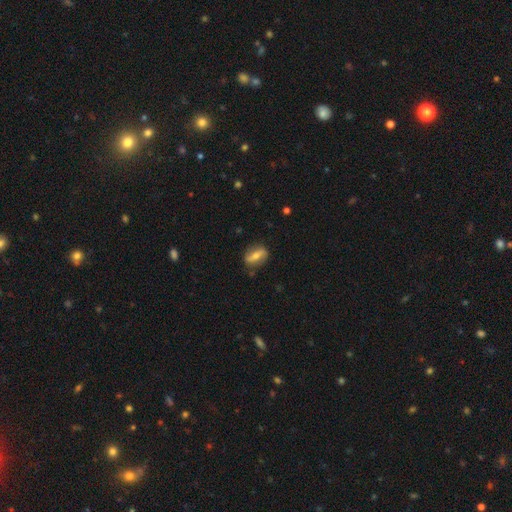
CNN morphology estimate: Smooth or featured? featured or disk (51%)
Edge-on disk? no (76%)
Merging? none (81%)